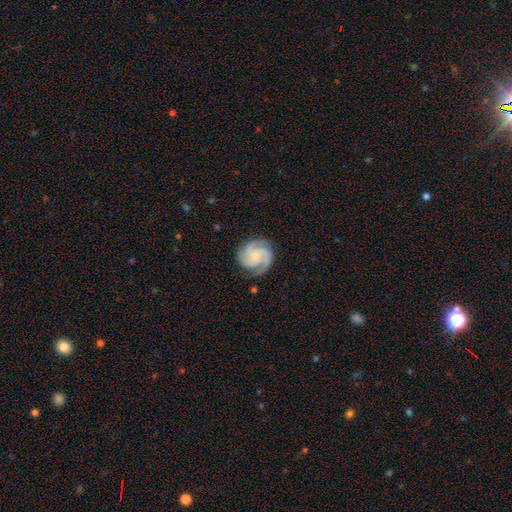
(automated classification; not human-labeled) A featured or disk galaxy (90%) with no bar (72%), 3 (72%) tight (57%) spiral arms (99%) and a small central bulge (63%). Merging: none (82%).